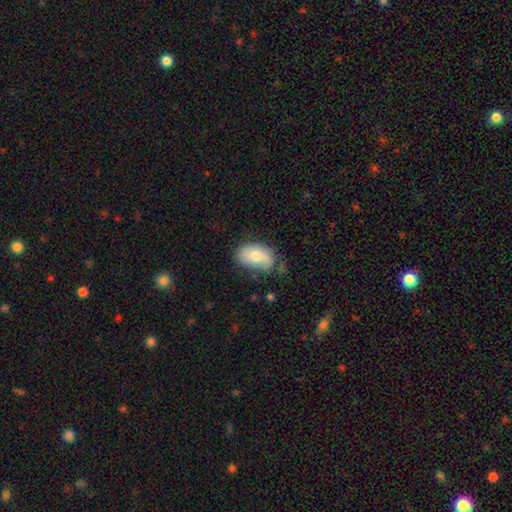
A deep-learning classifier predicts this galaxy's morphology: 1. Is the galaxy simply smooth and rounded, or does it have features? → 68% smooth, 25% featured or disk, 7% star or artifact.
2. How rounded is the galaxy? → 90% in between, 8% round, 2% cigar-shaped.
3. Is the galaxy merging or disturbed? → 58% none, 30% minor disturbance, 9% major disturbance, 3% merger.